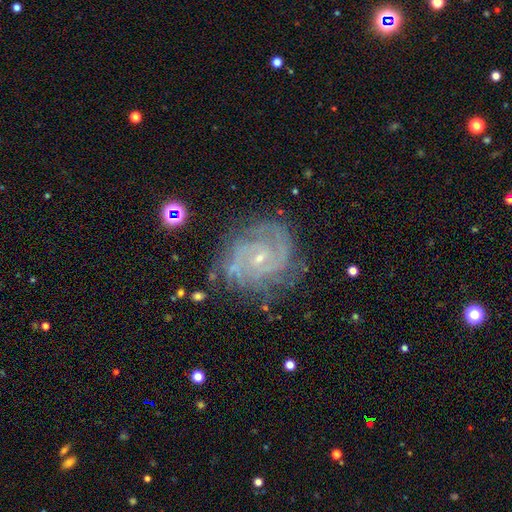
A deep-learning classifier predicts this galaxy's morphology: smooth_or_featured: featured or disk (p=0.85) [alt: star or artifact p=0.09]
disk_edge_on: no (p=0.97) [alt: yes p=0.03]
bar: no (p=0.62) [alt: weak p=0.29]
has_spiral_arms: yes (p=0.98) [alt: no p=0.02]
spiral_winding: tight (p=0.67) [alt: medium p=0.29]
spiral_arm_count: 2 (p=0.44) [alt: 3 p=0.19]
bulge_size: small (p=0.80) [alt: moderate p=0.16]
merging: none (p=0.76) [alt: minor disturbance p=0.16]